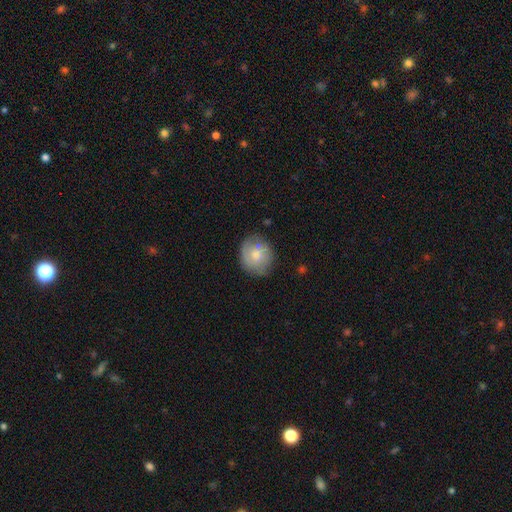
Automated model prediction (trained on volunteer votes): The model was most divided on "smooth or featured": smooth: 54%, featured or disk: 40%, star or artifact: 7%. More confident: how rounded — round (78%); merging — none (71%).